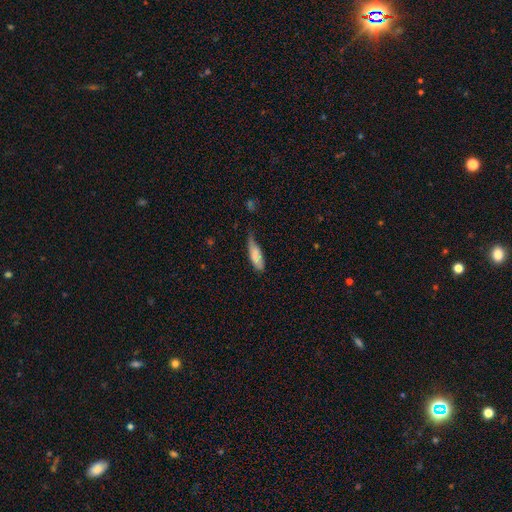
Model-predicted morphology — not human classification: The model was most divided on "merging": minor disturbance: 48%, none: 36%, major disturbance: 14%, merger: 3%. More confident: smooth or featured — smooth (80%); how rounded — in between (56%).